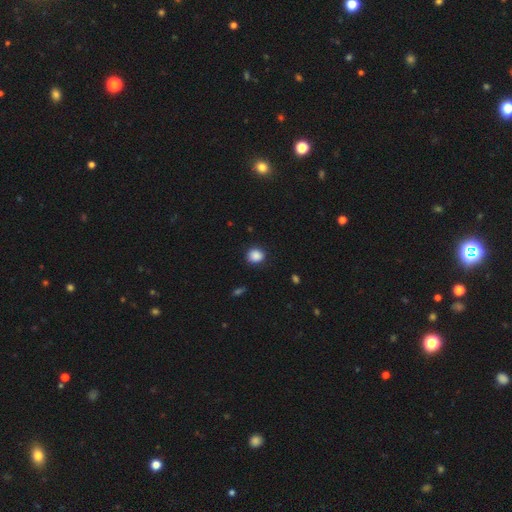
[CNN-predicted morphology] type=smooth (87%); roundness=round (77%); merging=none (85%).